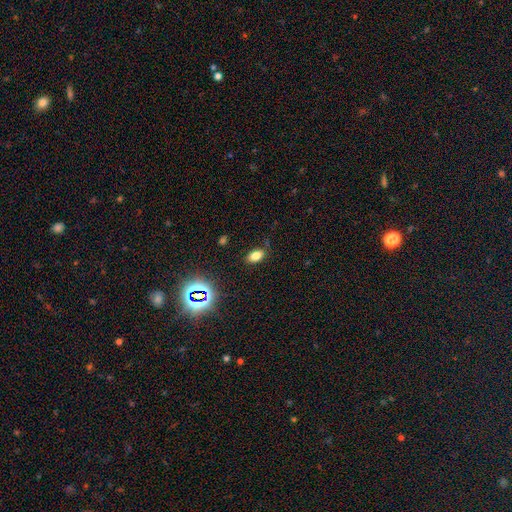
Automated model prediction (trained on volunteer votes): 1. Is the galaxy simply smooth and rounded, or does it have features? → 75% smooth, 17% star or artifact, 8% featured or disk.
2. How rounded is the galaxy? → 89% in between, 9% round, 3% cigar-shaped.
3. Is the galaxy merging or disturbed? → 79% none, 15% minor disturbance, 4% major disturbance, 2% merger.